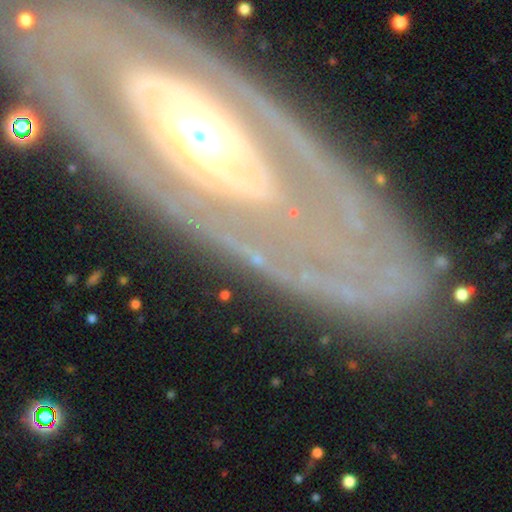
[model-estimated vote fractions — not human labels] Q: Smooth or featured?
A: featured or disk (83%); runner-up: smooth (11%)
Q: Edge-on disk?
A: no (84%); runner-up: yes (16%)
Q: Bar?
A: no (57%); runner-up: weak (22%)
Q: Spiral arms?
A: yes (61%); runner-up: no (39%)
Q: Bulge size?
A: moderate (65%); runner-up: large (20%)
Q: Merging?
A: none (77%); runner-up: minor disturbance (13%)